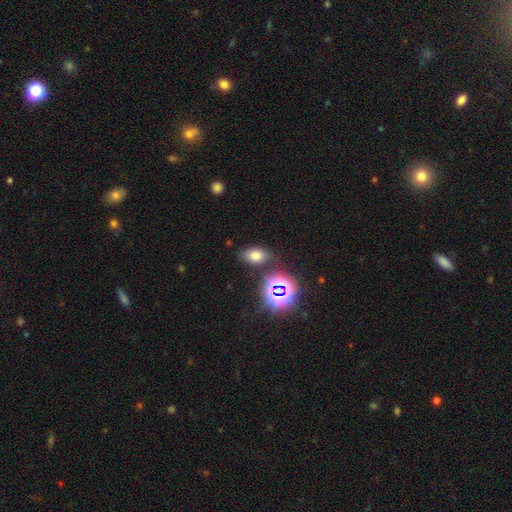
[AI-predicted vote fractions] Smooth or featured? smooth (67%)
How rounded? in between (81%)
Merging? none (79%)